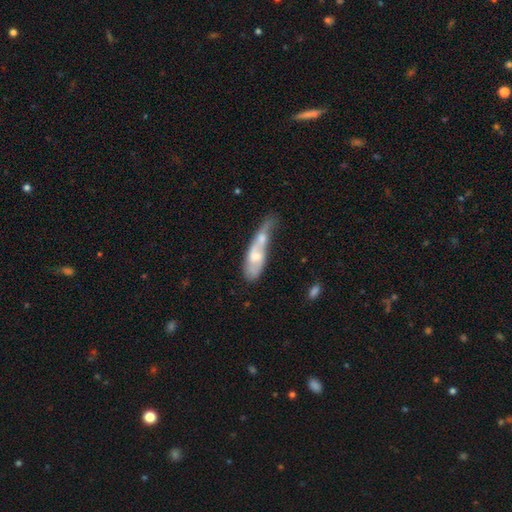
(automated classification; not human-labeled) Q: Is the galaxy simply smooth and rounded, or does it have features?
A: featured or disk — 48%.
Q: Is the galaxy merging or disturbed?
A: merger — 46%.